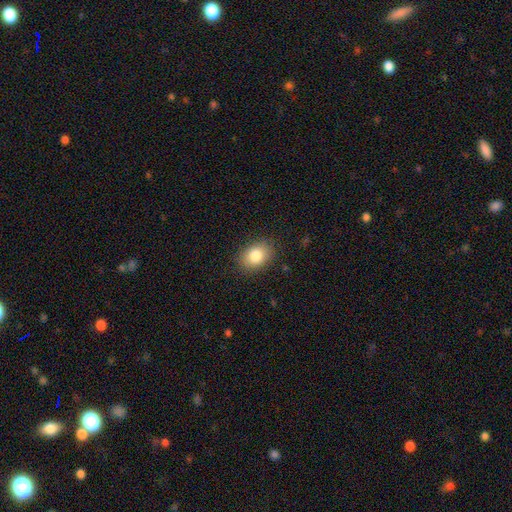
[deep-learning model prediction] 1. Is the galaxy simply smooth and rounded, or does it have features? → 83% smooth, 9% star or artifact, 8% featured or disk.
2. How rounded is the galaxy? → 69% in between, 30% round, 1% cigar-shaped.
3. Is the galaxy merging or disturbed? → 86% none, 10% minor disturbance, 3% major disturbance, 1% merger.